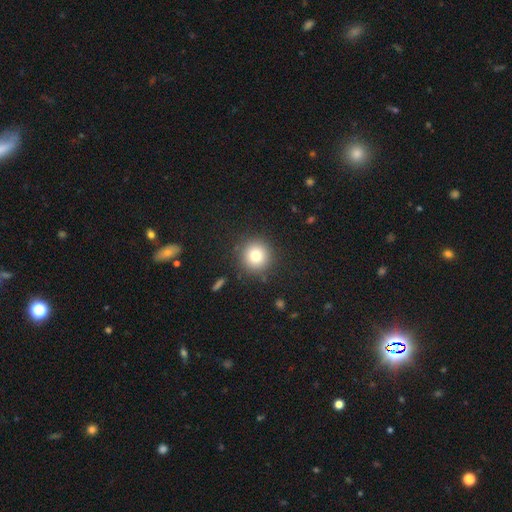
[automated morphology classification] This is likely a smooth galaxy (78%). How rounded: clearly round (95%). Merging: clearly none (89%).